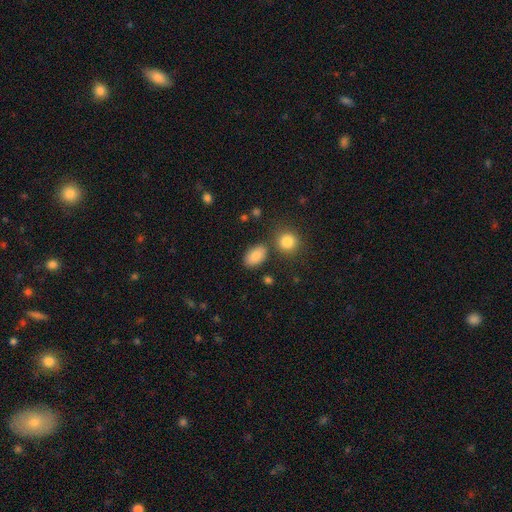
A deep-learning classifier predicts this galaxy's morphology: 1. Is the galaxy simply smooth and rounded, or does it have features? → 85% smooth, 8% star or artifact, 7% featured or disk.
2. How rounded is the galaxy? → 88% in between, 10% round, 2% cigar-shaped.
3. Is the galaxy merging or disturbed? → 77% none, 12% minor disturbance, 8% merger, 3% major disturbance.